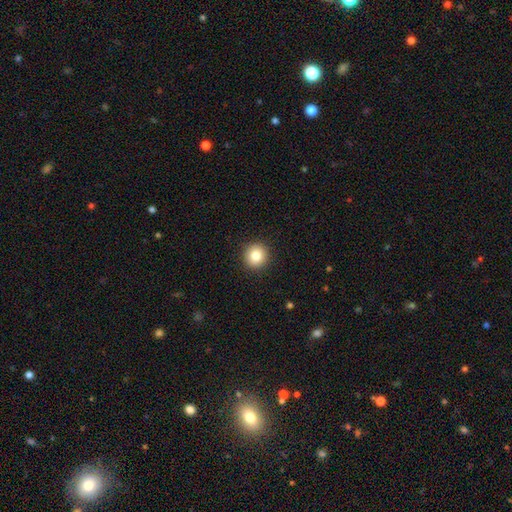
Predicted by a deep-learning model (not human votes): This is clearly a smooth galaxy (84%). How rounded: clearly round (93%). Merging: clearly none (92%).